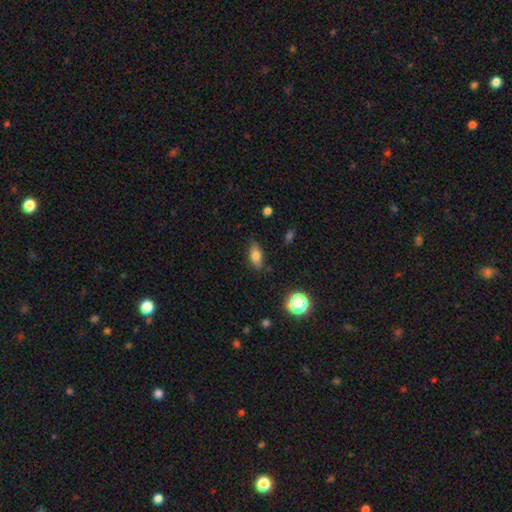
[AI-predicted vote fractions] Smooth or featured? smooth (74%)
How rounded? in between (81%)
Merging? none (80%)